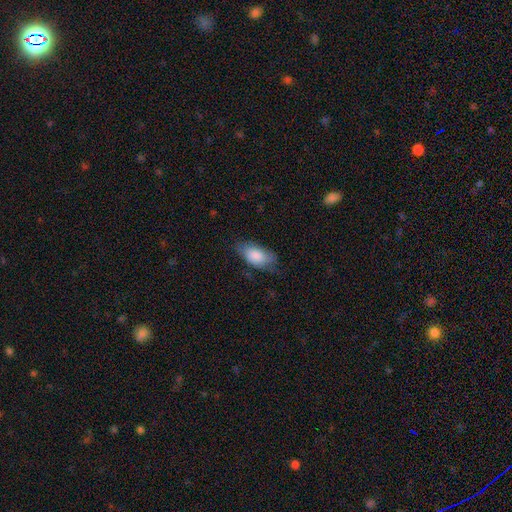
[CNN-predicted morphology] Smooth or featured?
  - smooth: 82% *
  - featured or disk: 12%
  - star or artifact: 6%
How rounded?
  - in between: 92% *
  - cigar-shaped: 4%
  - round: 4%
Merging?
  - none: 59% *
  - minor disturbance: 30%
  - major disturbance: 10%
  - merger: 1%